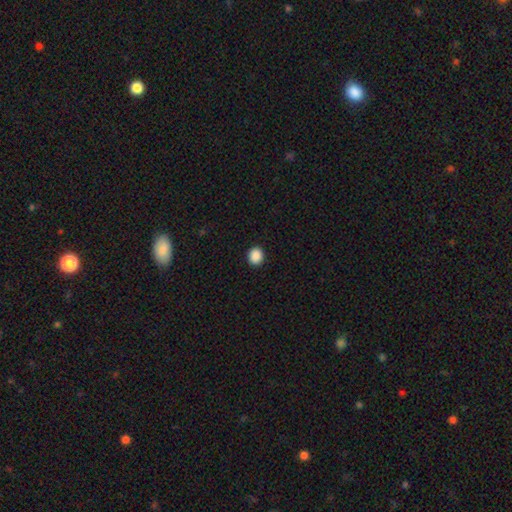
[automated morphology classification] A smooth galaxy with no disk features (89%) that is round (76%).

Vote fractions:
- Smooth or featured? smooth: 89% / star or artifact: 9% / featured or disk: 2%
- How rounded? round: 76% / in between: 24% / cigar-shaped: 1%
- Merging? none: 92% / minor disturbance: 5% / major disturbance: 2% / merger: 1%